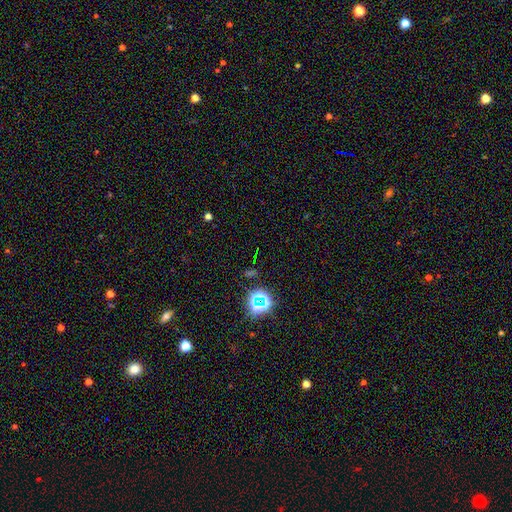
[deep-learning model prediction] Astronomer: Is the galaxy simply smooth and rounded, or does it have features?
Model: star or artifact — 69%.